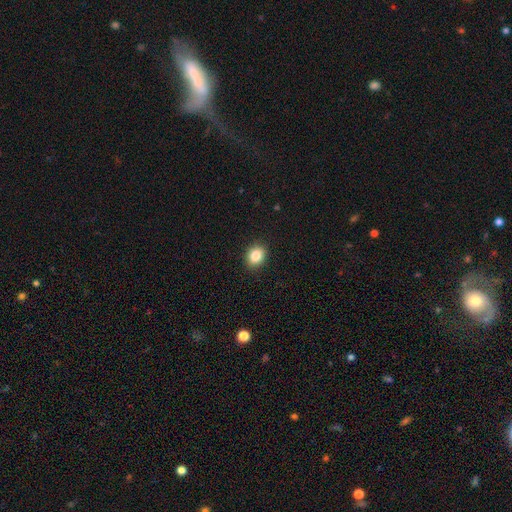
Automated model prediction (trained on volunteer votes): A smooth galaxy with no disk features (85%) that is round (51%).

Vote fractions:
- Smooth or featured? smooth: 85% / star or artifact: 9% / featured or disk: 6%
- How rounded? round: 51% / in between: 48% / cigar-shaped: 1%
- Merging? none: 90% / minor disturbance: 7% / major disturbance: 2% / merger: 1%